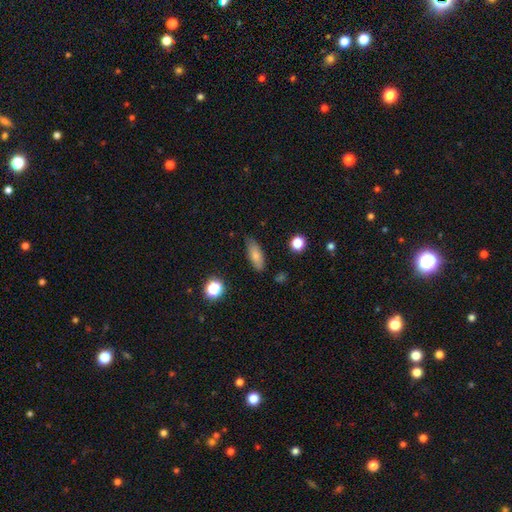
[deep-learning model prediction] A smooth galaxy with no disk features (77%) that is in between round and cigar-shaped (73%).

Vote fractions:
- Smooth or featured? smooth: 77% / featured or disk: 14% / star or artifact: 9%
- How rounded? in between: 73% / cigar-shaped: 24% / round: 4%
- Merging? none: 77% / minor disturbance: 17% / major disturbance: 3% / merger: 2%